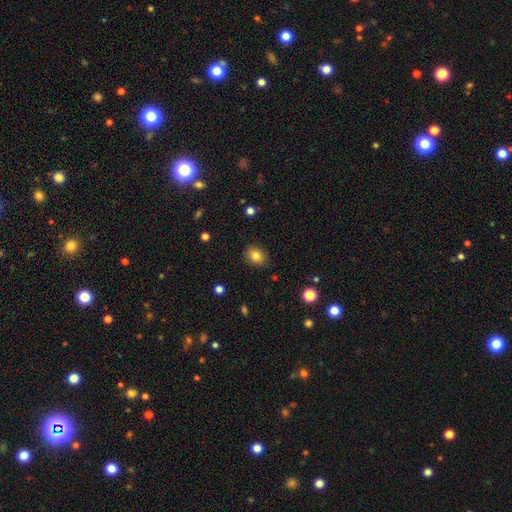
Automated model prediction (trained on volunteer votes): smooth 82%, star or artifact 11%, featured or disk 7%. Down the decision tree: how rounded — round (52%); merging — none (88%).